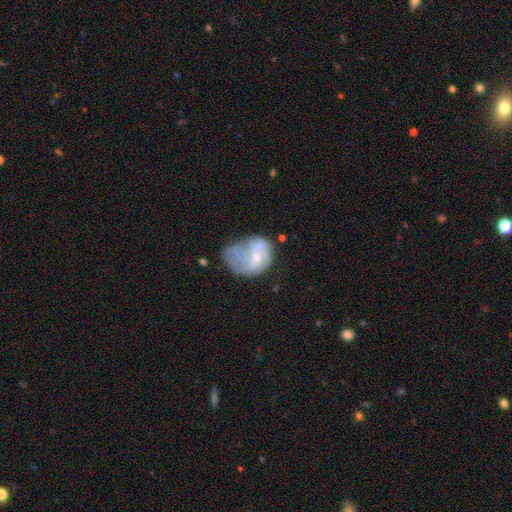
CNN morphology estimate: A featured or disk galaxy (58%) with no bar (69%), spiral arms (55%) and a small central bulge (53%). Merging: major disturbance (35%).